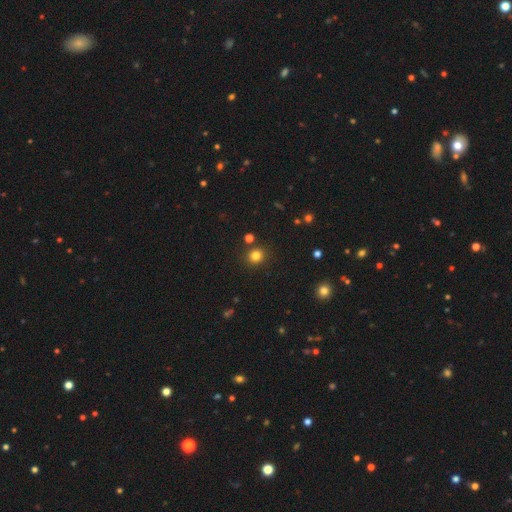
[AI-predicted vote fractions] smooth_or_featured: smooth (p=0.81) [alt: star or artifact p=0.14]
how_rounded: round (p=0.84) [alt: in between p=0.15]
merging: none (p=0.86) [alt: minor disturbance p=0.07]